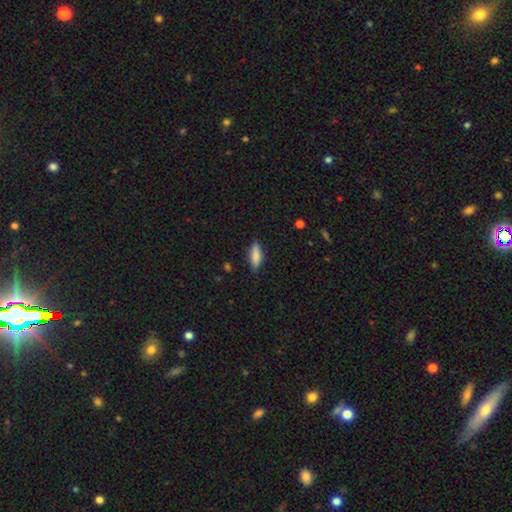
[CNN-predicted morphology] smooth_or_featured: smooth (p=0.75) [alt: featured or disk p=0.17]
how_rounded: cigar-shaped (p=0.53) [alt: in between p=0.45]
merging: none (p=0.81) [alt: minor disturbance p=0.15]